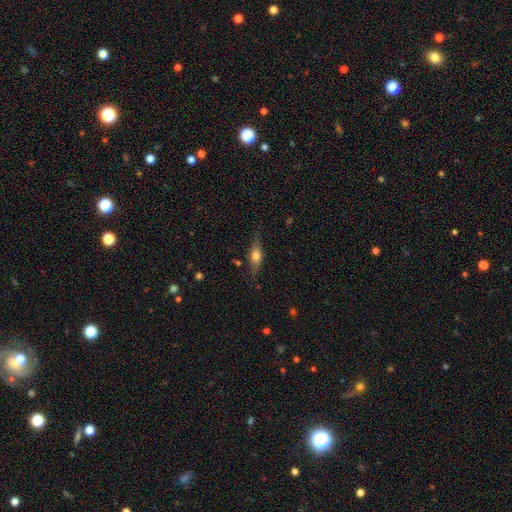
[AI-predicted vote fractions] Morphology: type=featured or disk (46%, tied with smooth); merging=none (77%).